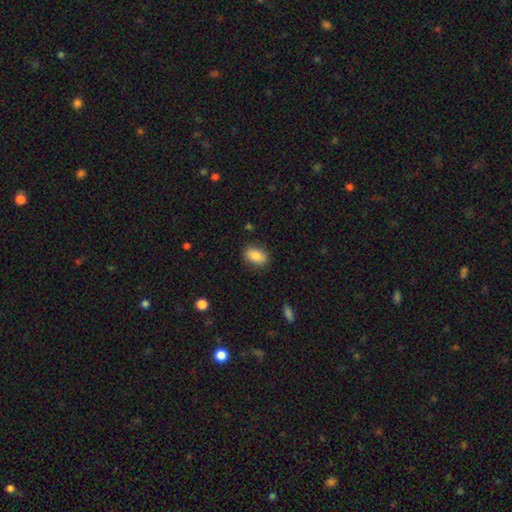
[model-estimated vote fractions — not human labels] This appears to be a smooth galaxy with no disk features (86%) that is in between round and cigar-shaped (88%). Merging: none (84%).